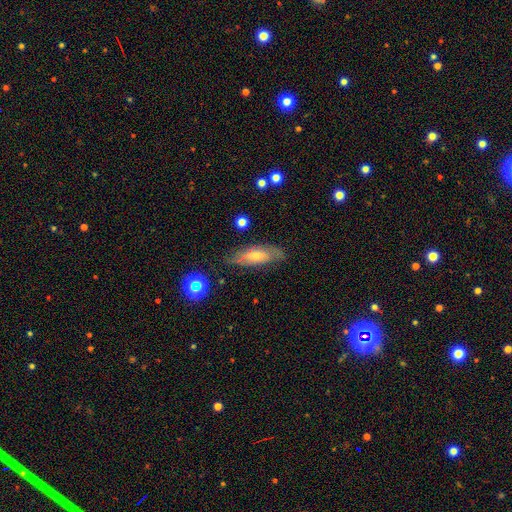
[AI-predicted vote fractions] Smooth or featured? featured or disk (48%)
Merging? none (76%)